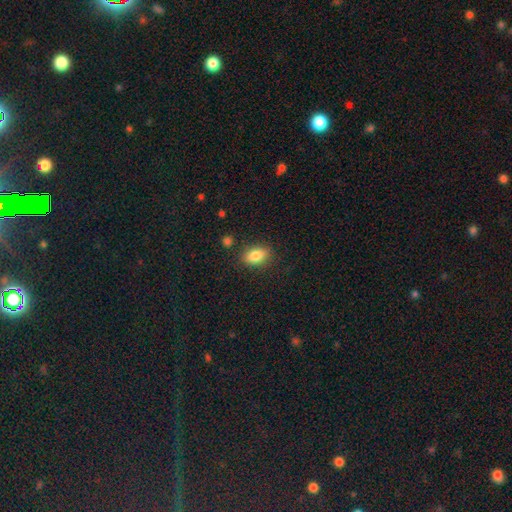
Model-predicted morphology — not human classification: type=smooth (83%); roundness=in between (85%); merging=none (83%).